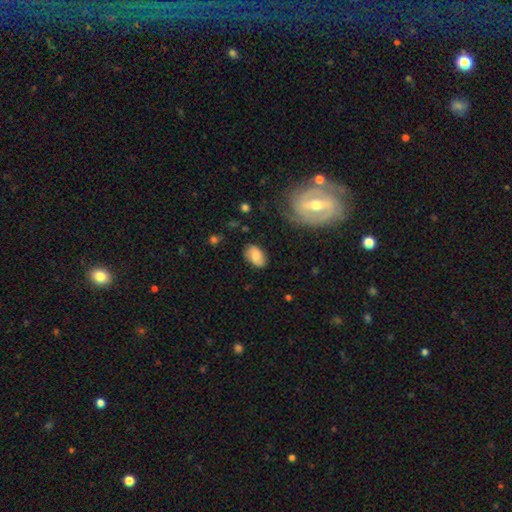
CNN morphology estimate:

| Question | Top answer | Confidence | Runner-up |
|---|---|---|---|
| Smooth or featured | smooth | 73% | featured or disk (19%) |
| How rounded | in between | 90% | round (9%) |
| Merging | none | 75% | minor disturbance (19%) |